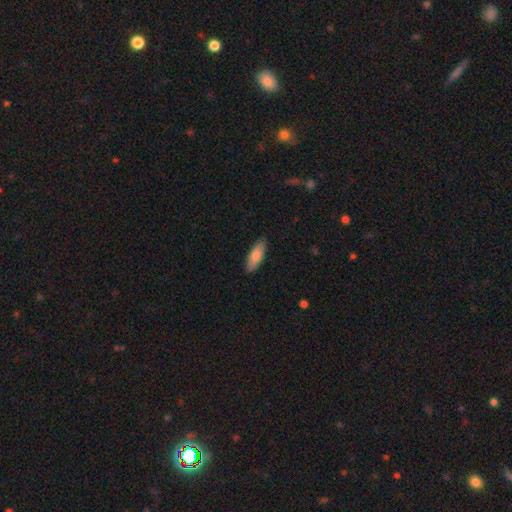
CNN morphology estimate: Smooth or featured? smooth (82%)
How rounded? in between (66%)
Merging? none (86%)